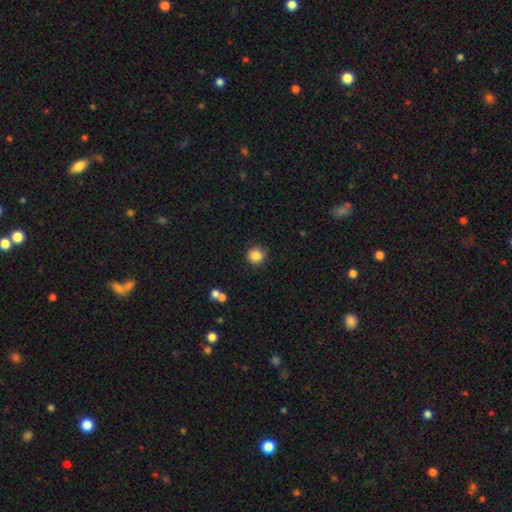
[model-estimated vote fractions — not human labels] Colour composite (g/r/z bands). It shows a smooth galaxy with no disk features (86%) that is round (93%). Merging: none (89%).